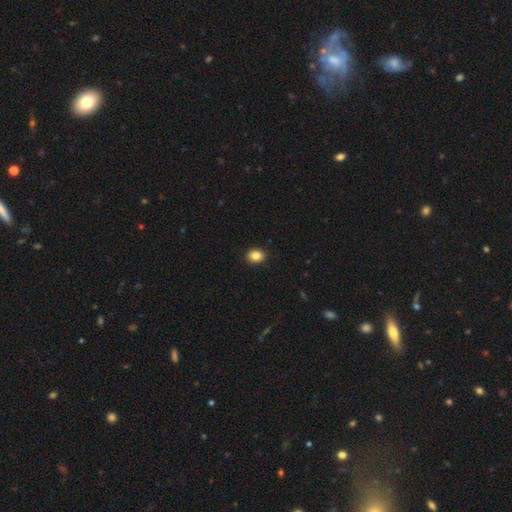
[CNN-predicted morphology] smooth-or-featured: smooth: 85% | star or artifact: 10% | featured or disk: 5%
  how-rounded: round: 55% | in between: 44% | cigar-shaped: 1%
  merging: none: 91% | minor disturbance: 6% | major disturbance: 2% | merger: 1%